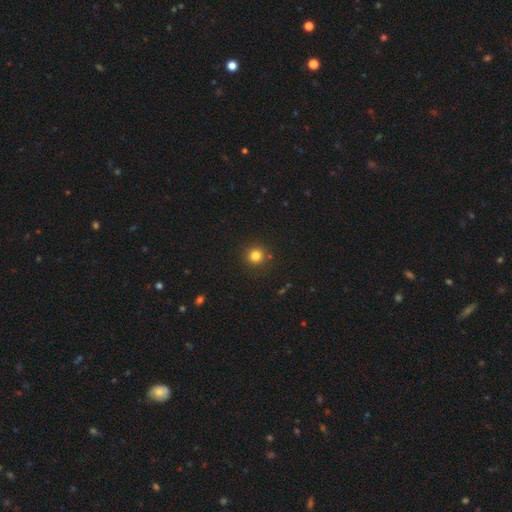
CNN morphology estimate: Q: Smooth or featured?
A: smooth (82%); runner-up: star or artifact (13%)
Q: How rounded?
A: round (94%); runner-up: in between (5%)
Q: Merging?
A: none (89%); runner-up: minor disturbance (6%)